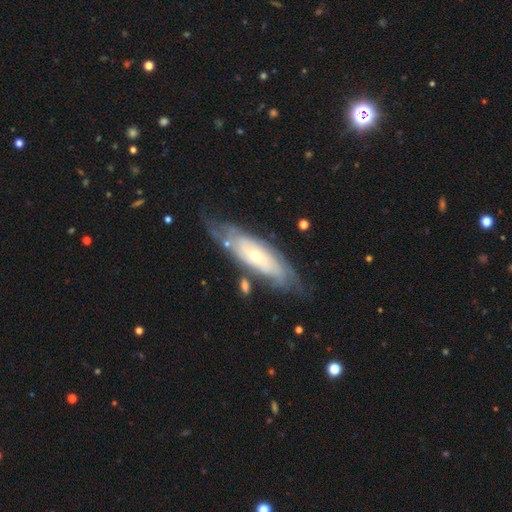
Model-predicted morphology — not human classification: This is likely a featured or disk galaxy (74%). It is clearly not viewed edge-on (81%). Bar: likely no (79%). Spiral arm pattern: clearly yes (80%). Central bulge: likely small (64%). Merging: likely none (65%).